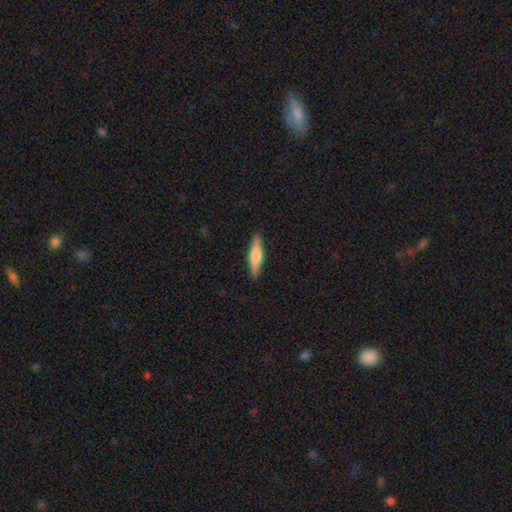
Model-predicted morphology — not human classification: Smooth or featured? smooth (52%)
How rounded? cigar-shaped (78%)
Merging? none (90%)